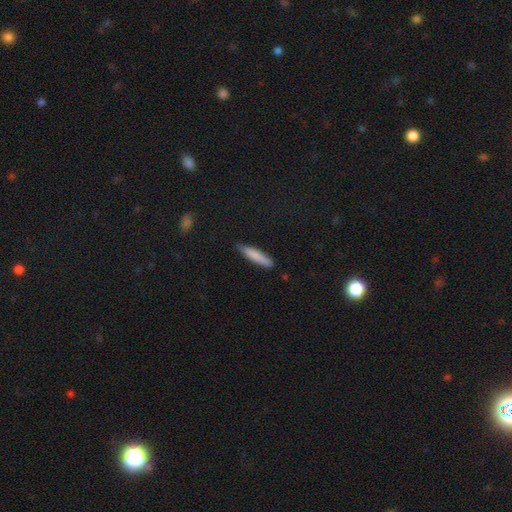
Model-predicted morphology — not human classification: Smooth or featured? Predicted: smooth (p=0.80). How rounded? Predicted: cigar-shaped (p=0.87). Merging? Predicted: none (p=0.82).